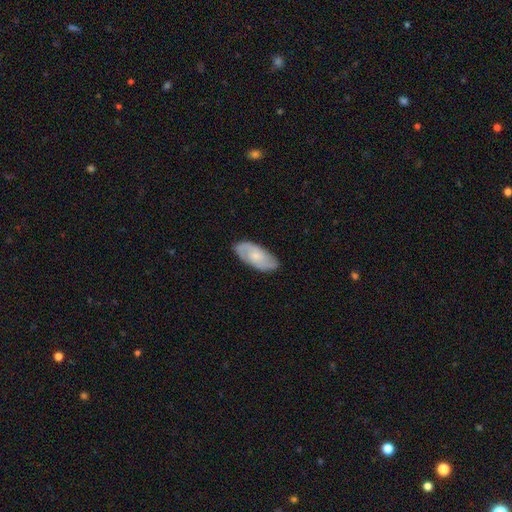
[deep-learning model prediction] This appears to be a featured or disk galaxy (60%) with no bar (66%), spiral arms (89%) and a small central bulge (57%). Merging: none (83%).